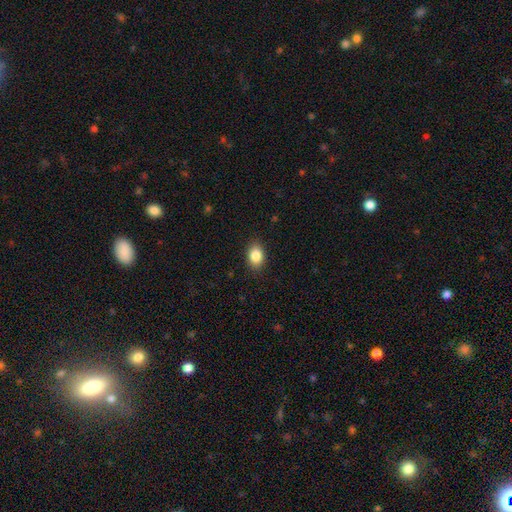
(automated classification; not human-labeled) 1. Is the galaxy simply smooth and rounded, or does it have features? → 87% smooth, 8% star or artifact, 5% featured or disk.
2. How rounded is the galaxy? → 75% in between, 23% round, 1% cigar-shaped.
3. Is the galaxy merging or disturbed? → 87% none, 9% minor disturbance, 2% major disturbance, 1% merger.